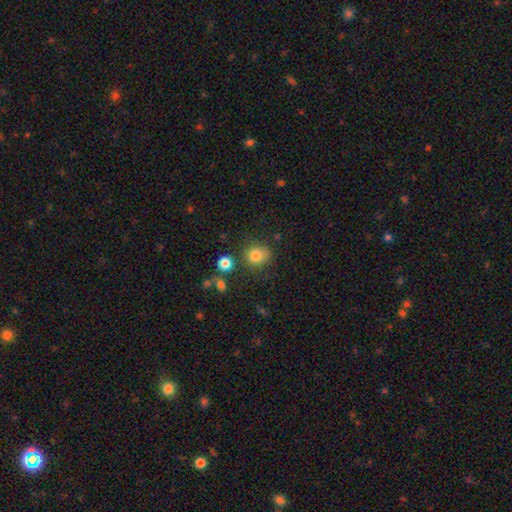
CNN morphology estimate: Smooth or featured?
  - smooth: 81% *
  - star or artifact: 12%
  - featured or disk: 7%
How rounded?
  - round: 83% *
  - in between: 16%
  - cigar-shaped: 1%
Merging?
  - none: 69% *
  - minor disturbance: 17%
  - merger: 8%
  - major disturbance: 6%